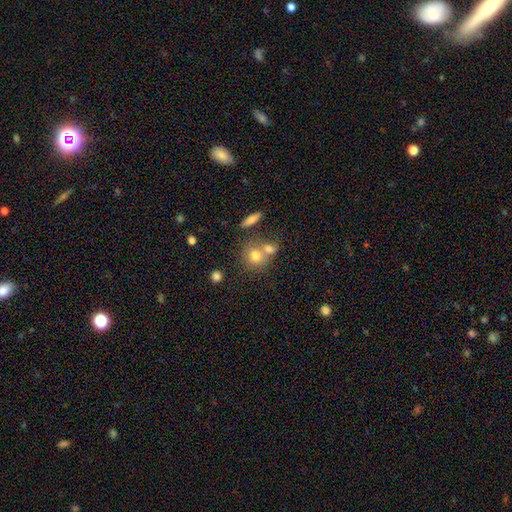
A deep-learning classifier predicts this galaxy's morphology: Smooth or featured?
  - smooth: 75% *
  - featured or disk: 14%
  - star or artifact: 11%
How rounded?
  - round: 78% *
  - in between: 21%
  - cigar-shaped: 2%
Merging?
  - merger: 44% *
  - none: 43%
  - minor disturbance: 9%
  - major disturbance: 4%